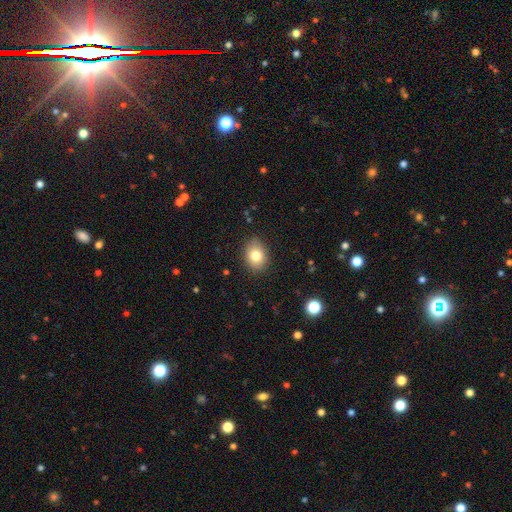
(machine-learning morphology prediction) Smooth or featured?
  - smooth: 80% *
  - featured or disk: 11%
  - star or artifact: 9%
How rounded?
  - in between: 65% *
  - round: 34%
  - cigar-shaped: 1%
Merging?
  - none: 85% *
  - minor disturbance: 11%
  - major disturbance: 3%
  - merger: 1%